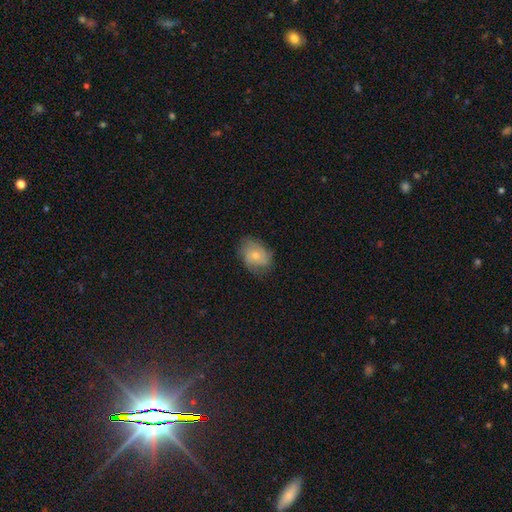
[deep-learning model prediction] Morphology: type=smooth (47%); merging=none (68%).